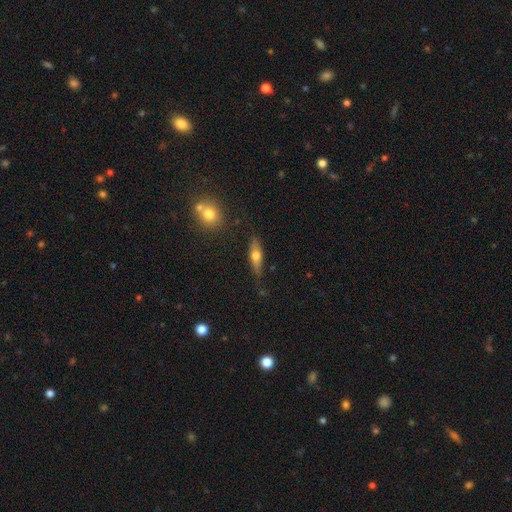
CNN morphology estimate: Smooth or featured?
  - smooth: 53% *
  - featured or disk: 39%
  - star or artifact: 8%
How rounded?
  - cigar-shaped: 57% *
  - in between: 39%
  - round: 4%
Merging?
  - none: 74% *
  - minor disturbance: 18%
  - major disturbance: 4%
  - merger: 3%